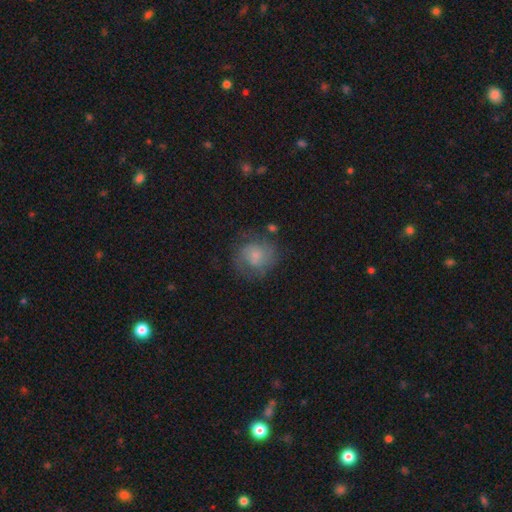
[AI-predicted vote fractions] Overall: smooth (55%; featured or disk 37%). How rounded: round (80%). Merging: none (57%; minor disturbance 22%).